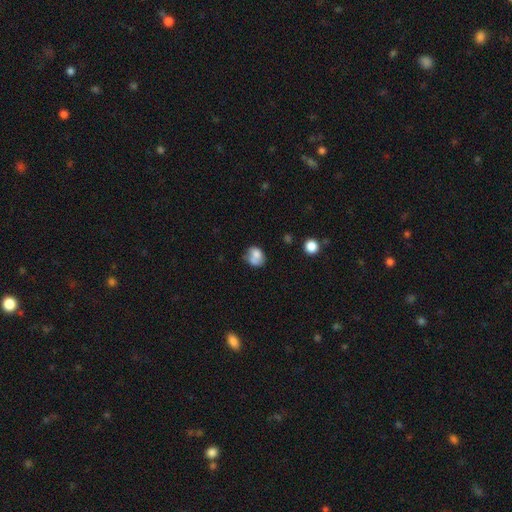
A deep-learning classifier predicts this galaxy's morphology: smooth-or-featured: smooth: 70% | featured or disk: 20% | star or artifact: 10%
  how-rounded: in between: 50% | round: 49% | cigar-shaped: 1%
  merging: merger: 36% | none: 32% | minor disturbance: 21% | major disturbance: 11%